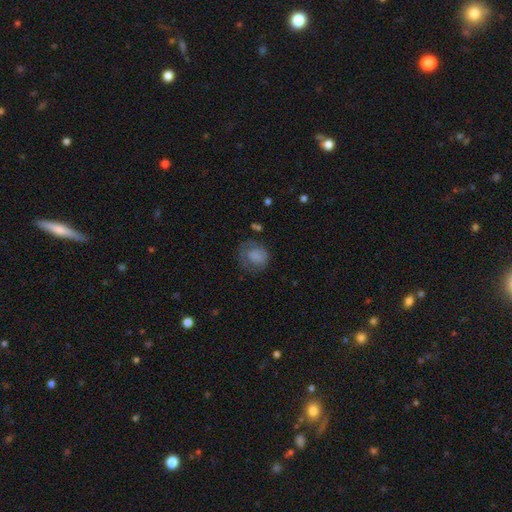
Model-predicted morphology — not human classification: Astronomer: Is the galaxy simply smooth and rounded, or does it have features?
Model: smooth — 70%.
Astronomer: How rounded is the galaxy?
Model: round — 72%.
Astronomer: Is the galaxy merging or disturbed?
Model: none — 47% (runner-up: minor disturbance, 26%).